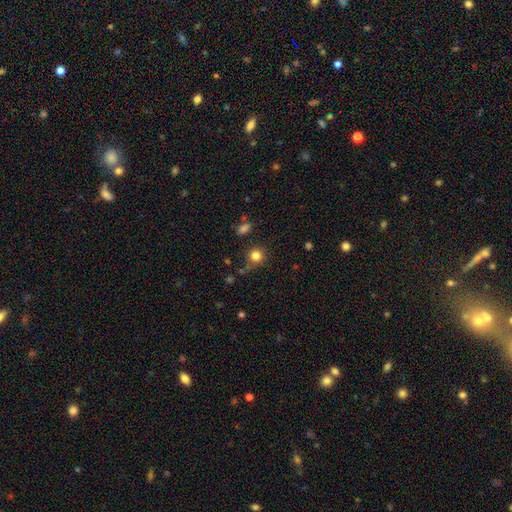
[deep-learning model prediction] smooth_or_featured: smooth (p=0.81) [alt: star or artifact p=0.13]
how_rounded: round (p=0.89) [alt: in between p=0.10]
merging: none (p=0.77) [alt: minor disturbance p=0.14]